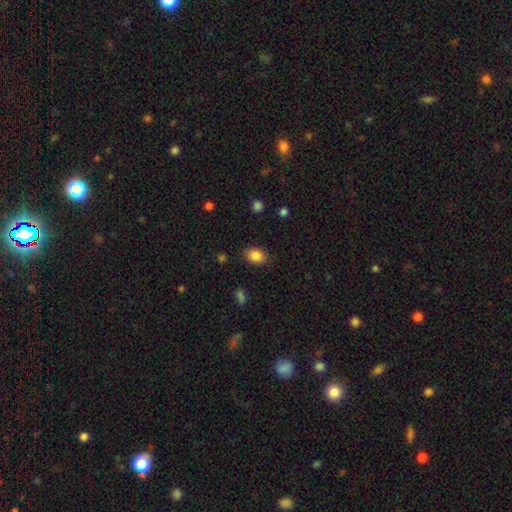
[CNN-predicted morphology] type=smooth (86%); roundness=in between (79%); merging=none (84%).